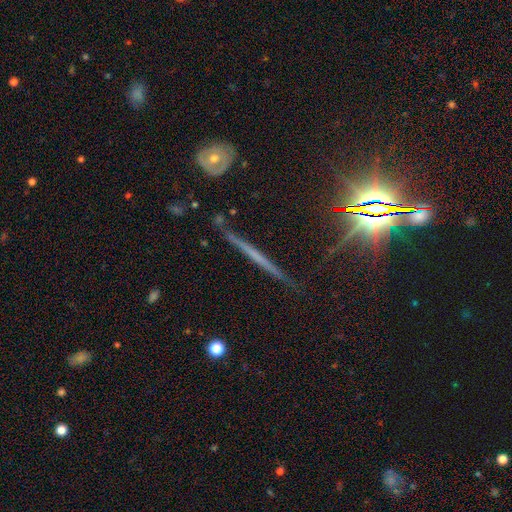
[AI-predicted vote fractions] smooth_or_featured: featured or disk (p=0.59) [alt: smooth p=0.21]
disk_edge_on: yes (p=0.96) [alt: no p=0.04]
edge_on_bulge: none (p=0.78) [alt: rounded p=0.15]
merging: none (p=0.85) [alt: minor disturbance p=0.11]